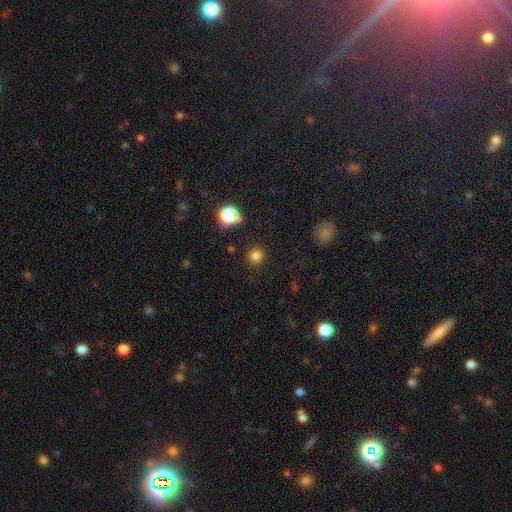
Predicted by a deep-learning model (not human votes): Morphology: type=smooth (78%); roundness=round (93%); merging=none (90%).